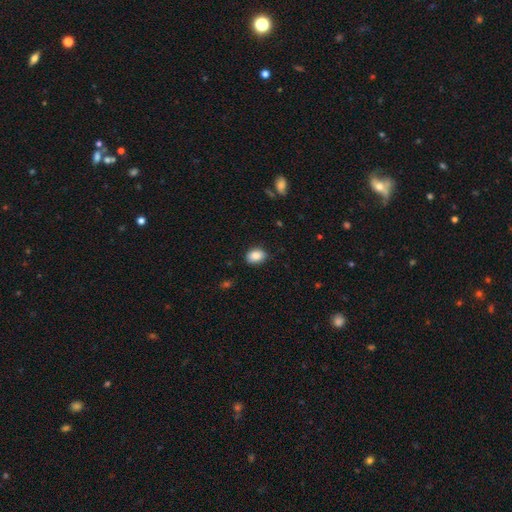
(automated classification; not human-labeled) Q: Smooth or featured?
A: smooth (87%); runner-up: star or artifact (8%)
Q: How rounded?
A: in between (75%); runner-up: round (24%)
Q: Merging?
A: none (87%); runner-up: minor disturbance (10%)